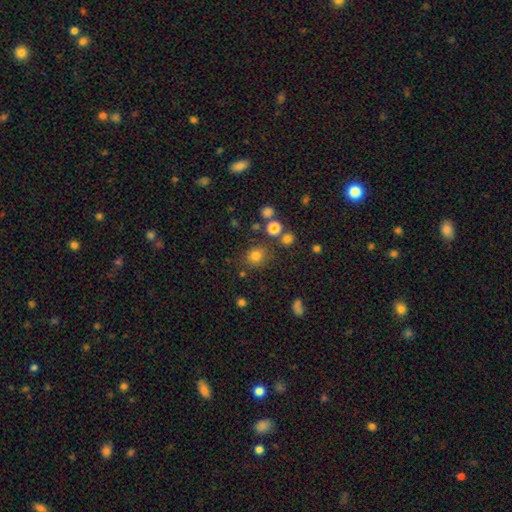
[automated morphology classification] smooth-or-featured: smooth: 77% | star or artifact: 16% | featured or disk: 7%
  how-rounded: round: 79% | in between: 20% | cigar-shaped: 1%
  merging: none: 78% | minor disturbance: 11% | merger: 7% | major disturbance: 4%